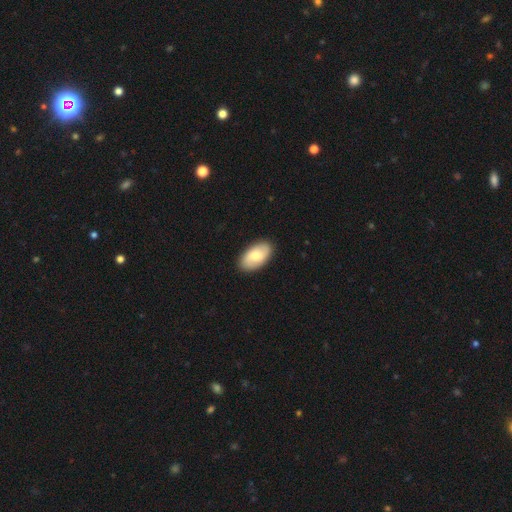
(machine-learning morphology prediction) smooth 68%, featured or disk 27%, star or artifact 5%. Down the decision tree: how rounded — in between (95%); merging — none (90%).